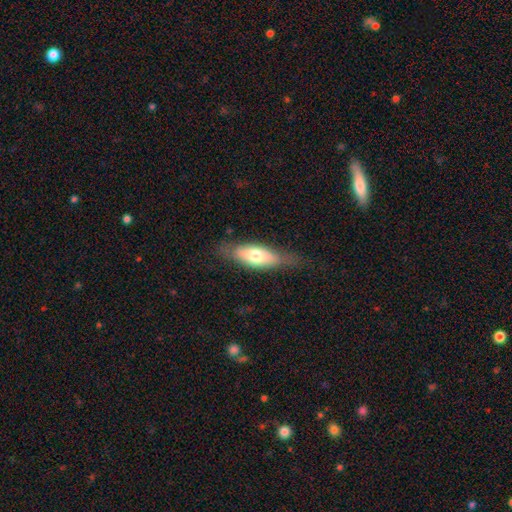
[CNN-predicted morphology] smooth-or-featured: smooth: 60% | featured or disk: 33% | star or artifact: 6%
  how-rounded: in between: 68% | cigar-shaped: 29% | round: 3%
  merging: none: 68% | minor disturbance: 22% | major disturbance: 8% | merger: 2%